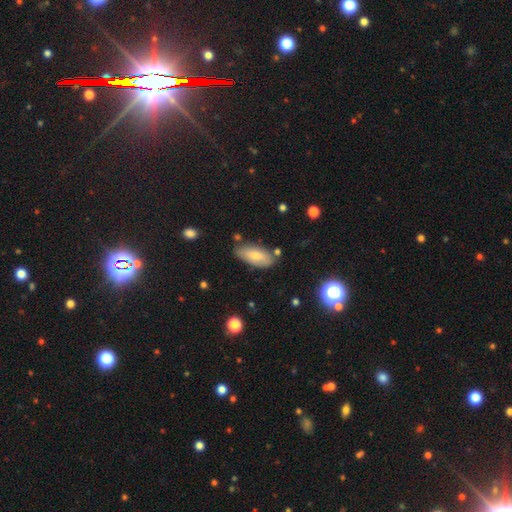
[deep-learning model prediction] This is likely a smooth galaxy (74%). How rounded: clearly in between (84%). Merging: likely none (77%).